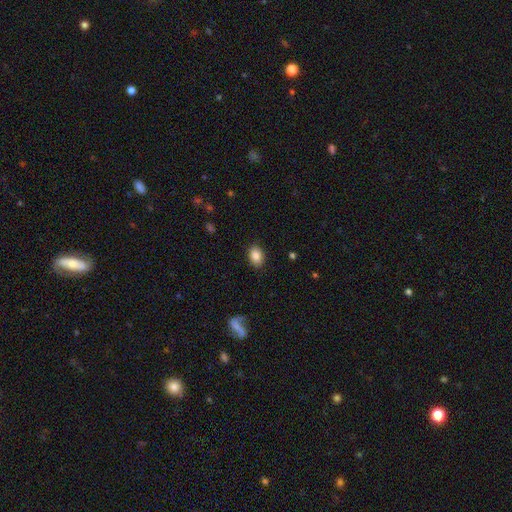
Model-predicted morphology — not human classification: This is clearly a smooth galaxy (85%). How rounded: likely in between (75%). Merging: clearly none (88%).